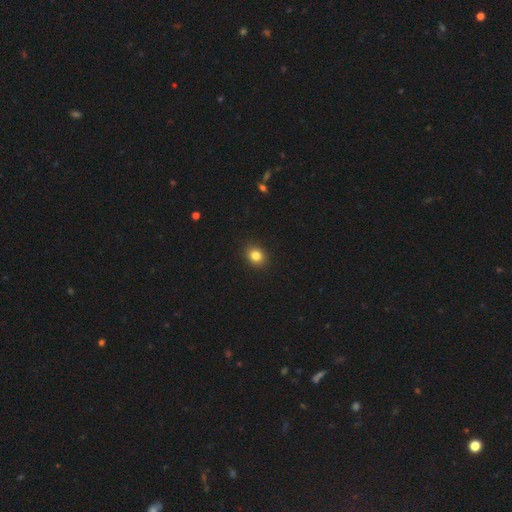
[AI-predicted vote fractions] The model was most divided on "how rounded": round: 66%, in between: 33%, cigar-shaped: 1%. More confident: merging — none (90%); smooth or featured — smooth (83%).